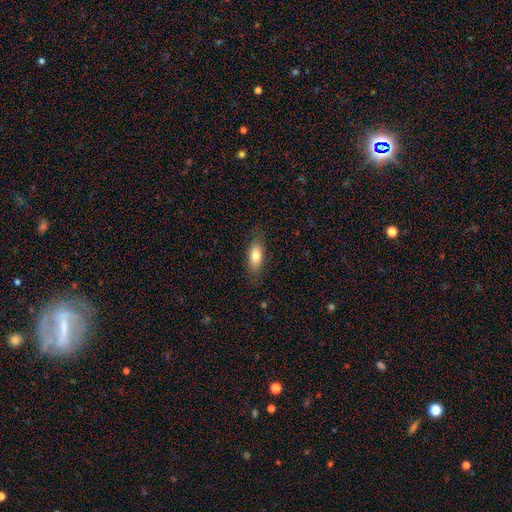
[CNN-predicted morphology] Smooth or featured?
  - smooth: 76% *
  - featured or disk: 17%
  - star or artifact: 7%
How rounded?
  - in between: 76% *
  - cigar-shaped: 20%
  - round: 3%
Merging?
  - none: 82% *
  - minor disturbance: 14%
  - major disturbance: 4%
  - merger: 1%